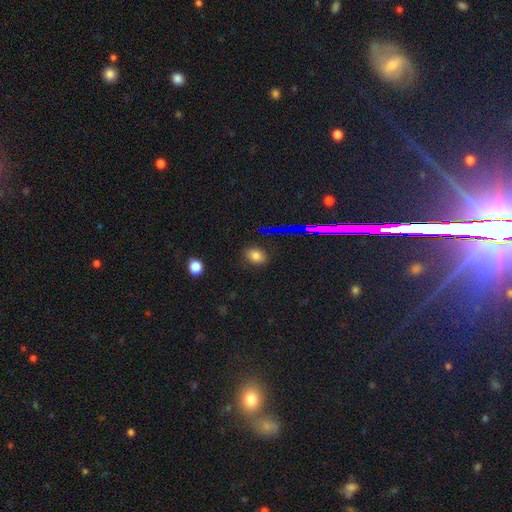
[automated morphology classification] type=smooth (76%); roundness=in between (61%); merging=none (85%).